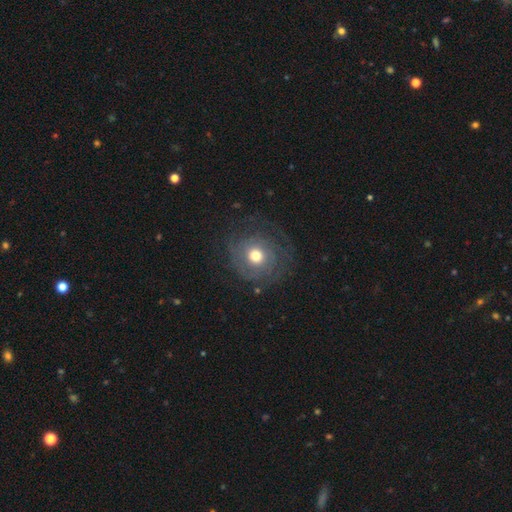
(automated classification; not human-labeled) The model was most divided on "smooth or featured": featured or disk: 63%, smooth: 28%, star or artifact: 10%. More confident: edge-on disk — no (97%); bar — no (84%); spiral arms — yes (80%); merging — none (71%); bulge size — moderate (67%).